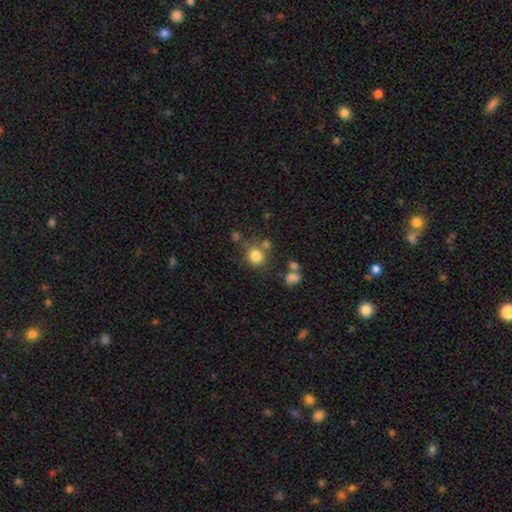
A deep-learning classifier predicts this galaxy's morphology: Q: Smooth or featured?
A: smooth (81%); runner-up: star or artifact (12%)
Q: How rounded?
A: round (85%); runner-up: in between (14%)
Q: Merging?
A: none (66%); runner-up: merger (15%)